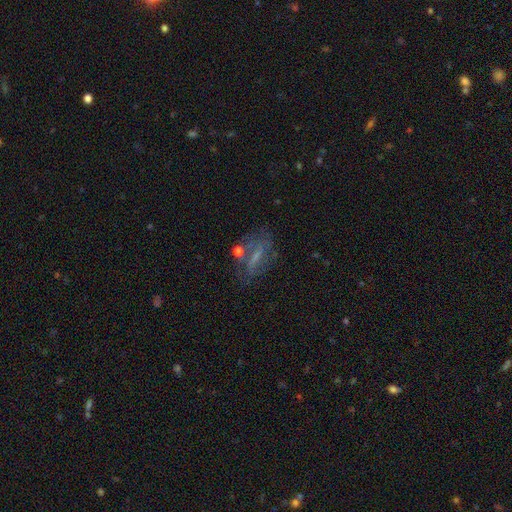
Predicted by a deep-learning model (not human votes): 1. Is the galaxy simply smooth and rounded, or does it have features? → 53% featured or disk, 30% smooth, 17% star or artifact.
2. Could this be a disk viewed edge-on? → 83% no, 17% yes.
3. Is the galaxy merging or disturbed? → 56% none, 19% minor disturbance, 16% major disturbance, 8% merger.